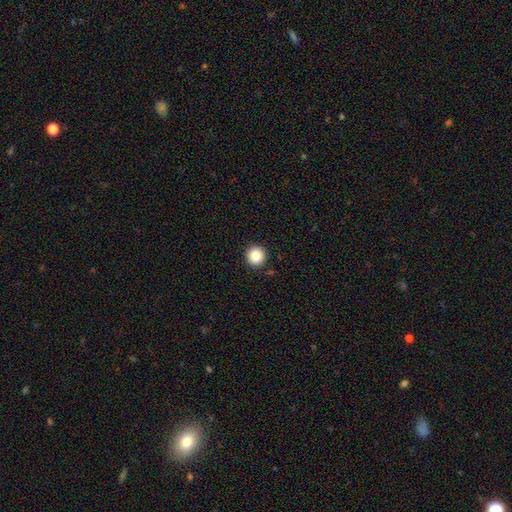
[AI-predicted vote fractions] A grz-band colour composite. It shows a smooth galaxy with no disk features (86%) that is round (96%). Merging: none (92%).